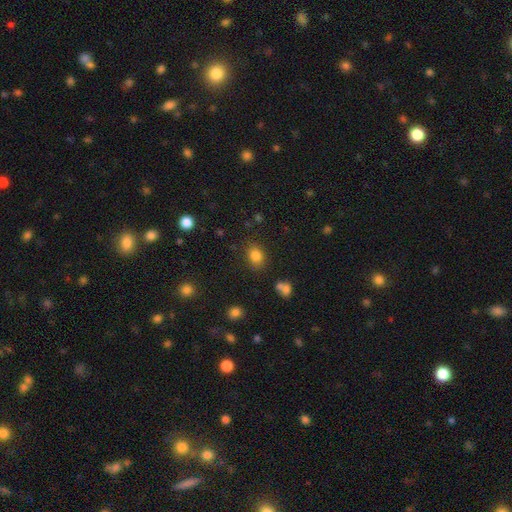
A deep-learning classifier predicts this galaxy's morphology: The model was most divided on "how rounded": in between: 55%, round: 44%, cigar-shaped: 1%. More confident: smooth or featured — smooth (82%); merging — none (82%).